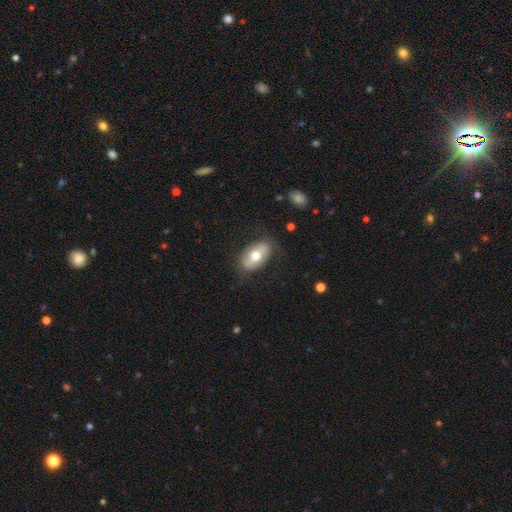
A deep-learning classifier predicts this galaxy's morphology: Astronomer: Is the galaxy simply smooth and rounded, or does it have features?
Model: smooth — 59% (runner-up: featured or disk, 35%).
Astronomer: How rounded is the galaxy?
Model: in between — 90%.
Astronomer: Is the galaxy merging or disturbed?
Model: none — 77%.